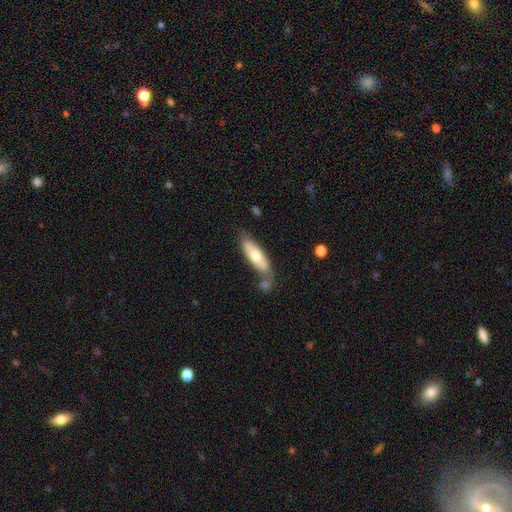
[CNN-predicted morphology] smooth_or_featured: smooth (p=0.63) [alt: featured or disk p=0.31]
how_rounded: cigar-shaped (p=0.50) [alt: in between p=0.48]
merging: none (p=0.58) [alt: minor disturbance p=0.19]